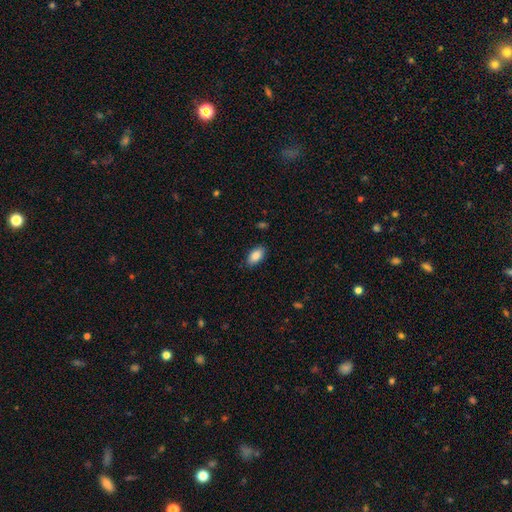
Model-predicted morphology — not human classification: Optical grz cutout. It shows a smooth galaxy with no disk features (87%) that is in between round and cigar-shaped (93%). Merging: none (87%).